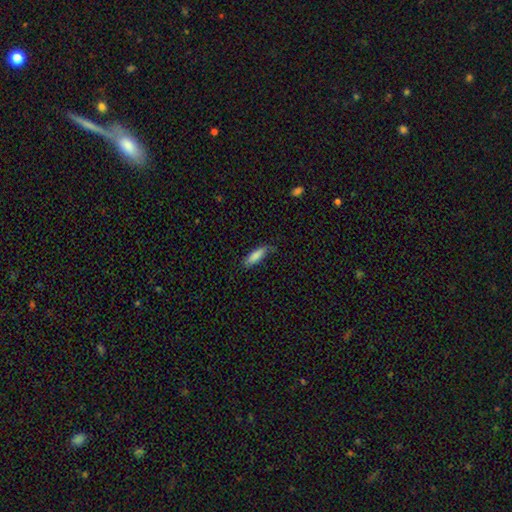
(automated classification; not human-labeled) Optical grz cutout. It shows a smooth galaxy with no disk features (84%) that is in between round and cigar-shaped (51%). Merging: none (65%).